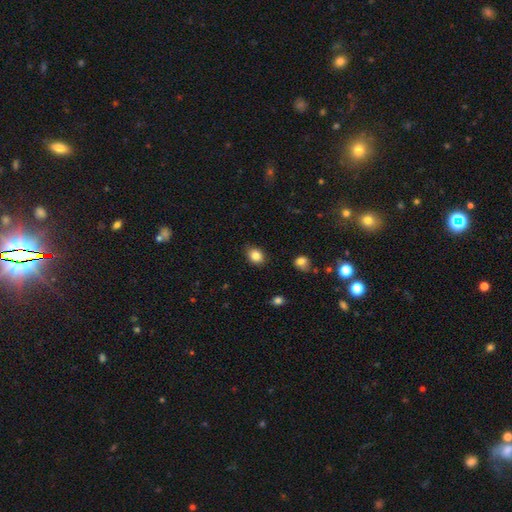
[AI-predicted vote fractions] This appears to be a smooth galaxy with no disk features (84%) that is in between round and cigar-shaped (51%). Merging: none (84%).